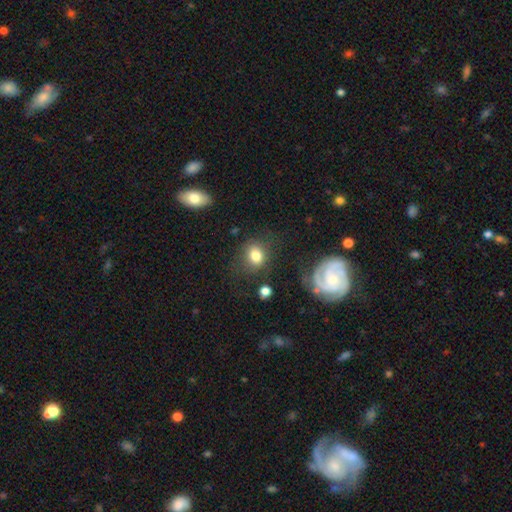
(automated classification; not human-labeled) Smooth or featured: smooth — 78% (featured or disk — 12%)
How rounded: round — 61% (in between — 37%)
Merging: none — 71% (minor disturbance — 16%)